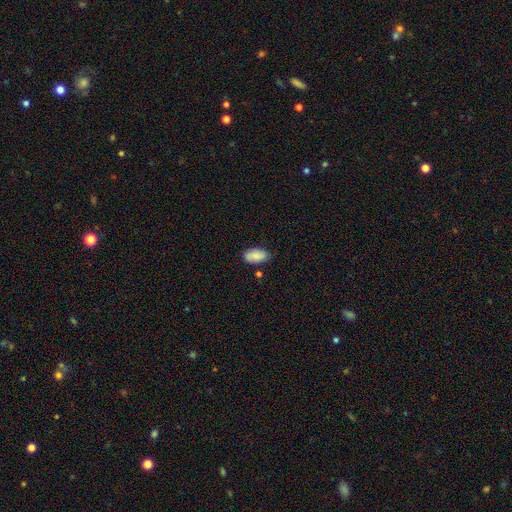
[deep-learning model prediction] A smooth galaxy with no disk features (86%) that is in between round and cigar-shaped (94%).

Vote fractions:
- Smooth or featured? smooth: 86% / featured or disk: 8% / star or artifact: 7%
- How rounded? in between: 94% / cigar-shaped: 3% / round: 3%
- Merging? none: 70% / minor disturbance: 22% / merger: 4% / major disturbance: 4%